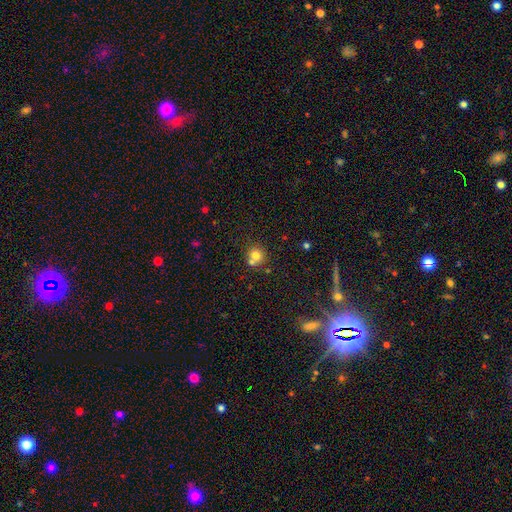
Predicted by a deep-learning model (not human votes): Smooth or featured?
  - smooth: 75% *
  - star or artifact: 14%
  - featured or disk: 11%
How rounded?
  - round: 88% *
  - in between: 11%
  - cigar-shaped: 1%
Merging?
  - none: 58% *
  - merger: 31%
  - minor disturbance: 8%
  - major disturbance: 3%